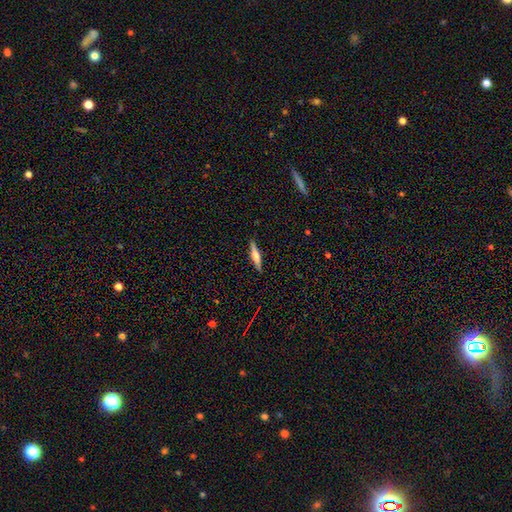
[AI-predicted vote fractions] smooth_or_featured: featured or disk (p=0.54) [alt: smooth p=0.40]
disk_edge_on: yes (p=0.97) [alt: no p=0.03]
edge_on_bulge: rounded (p=0.78) [alt: boxy p=0.13]
merging: none (p=0.90) [alt: minor disturbance p=0.07]